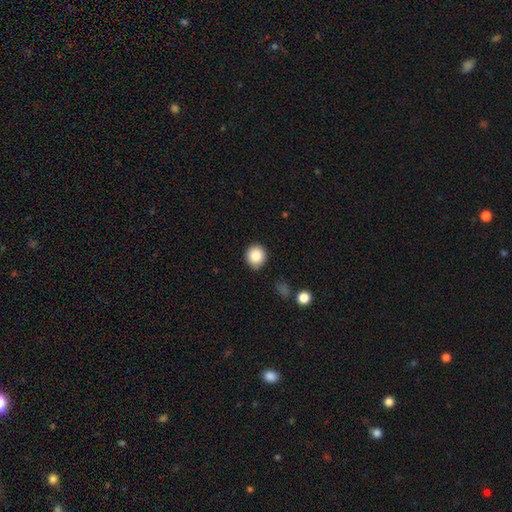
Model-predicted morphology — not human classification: Overall: smooth (86%). How rounded: round (85%). Merging: none (85%).